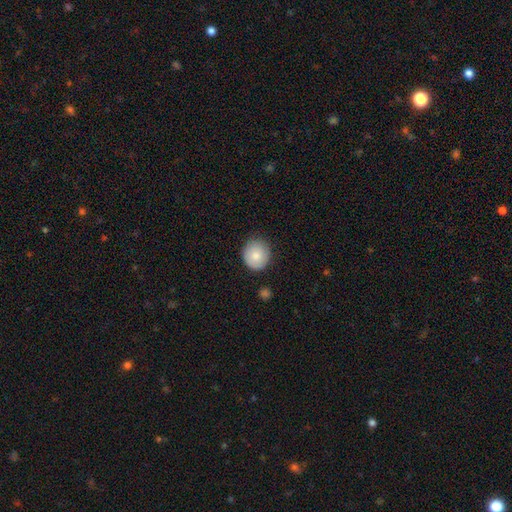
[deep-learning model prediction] smooth_or_featured: smooth (p=0.81) [alt: featured or disk p=0.11]
how_rounded: round (p=0.84) [alt: in between p=0.15]
merging: none (p=0.80) [alt: minor disturbance p=0.16]